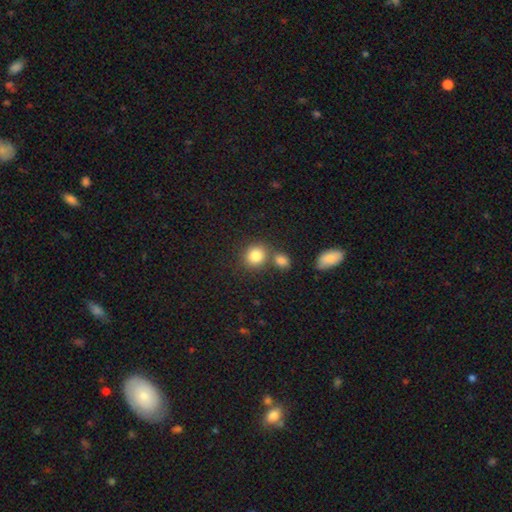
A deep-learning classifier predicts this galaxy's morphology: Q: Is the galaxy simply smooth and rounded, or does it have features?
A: smooth — 83%.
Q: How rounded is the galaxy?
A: round — 81%.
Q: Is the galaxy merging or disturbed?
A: none — 66%.